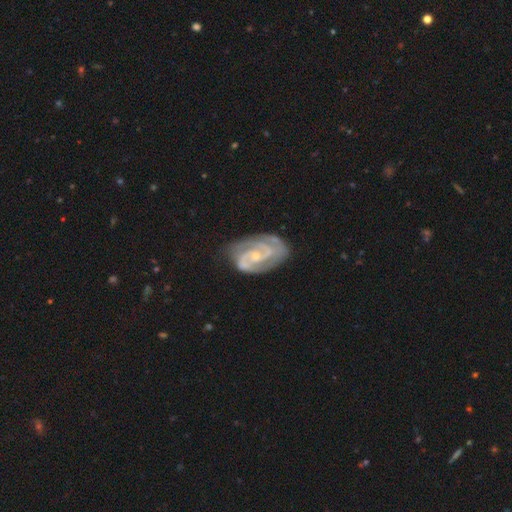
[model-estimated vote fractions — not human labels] This appears to be a featured or disk galaxy (89%) with no bar (49%), 2 (70%) tight (55%) spiral arms (98%) and a small central bulge (67%). Merging: none (72%).